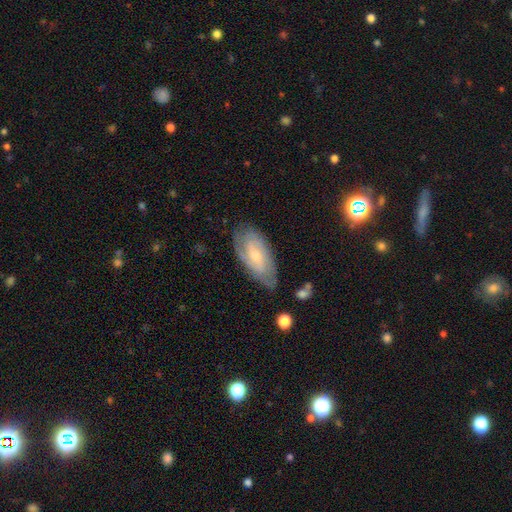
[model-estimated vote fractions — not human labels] This is likely a featured or disk galaxy (73%). It is clearly not viewed edge-on (94%). Bar: possibly weak (48%). Spiral arm pattern: clearly yes (92%). Spiral arm count: possibly 2 (46%). Spiral winding: possibly tight (49%). Central bulge: possibly small (56%). Merging: likely none (73%).